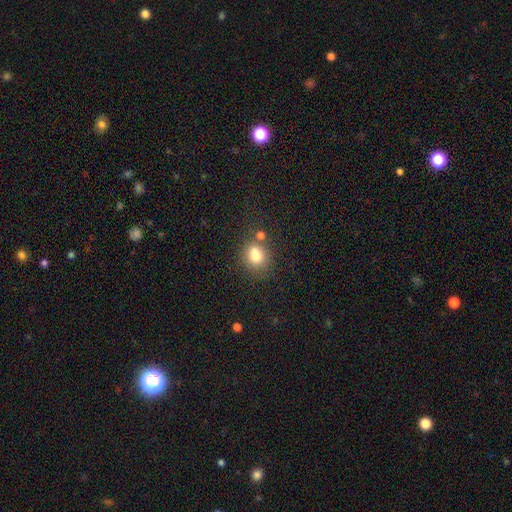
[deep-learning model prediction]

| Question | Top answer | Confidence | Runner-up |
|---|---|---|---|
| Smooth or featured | smooth | 76% | star or artifact (12%) |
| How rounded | round | 64% | in between (35%) |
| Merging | none | 57% | merger (24%) |